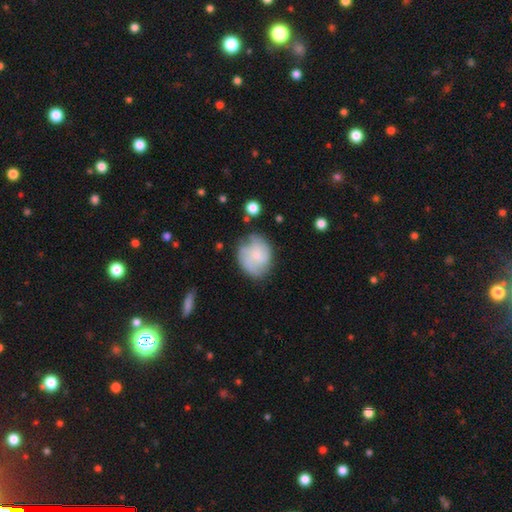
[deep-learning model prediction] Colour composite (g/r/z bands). It shows a featured or disk galaxy (58%) with no bar (75%), spiral arms (84%) and a small central bulge (63%). Merging: none (65%).